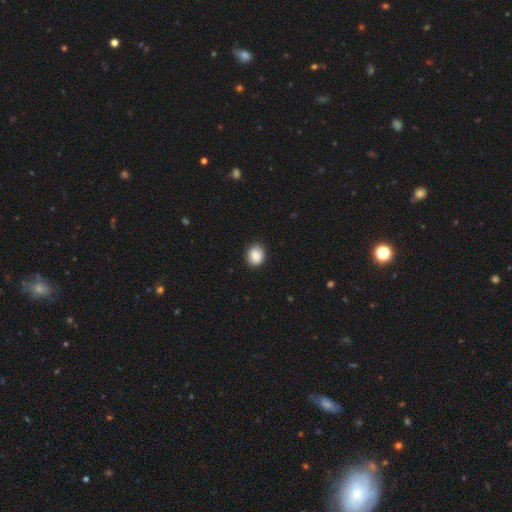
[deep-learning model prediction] Q: Smooth or featured?
A: smooth (88%); runner-up: star or artifact (8%)
Q: How rounded?
A: round (56%); runner-up: in between (43%)
Q: Merging?
A: none (86%); runner-up: minor disturbance (11%)